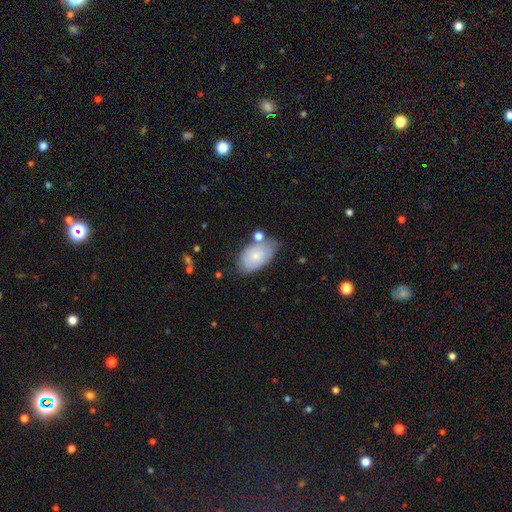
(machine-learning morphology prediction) This is likely a smooth galaxy (65%). How rounded: clearly in between (91%). Merging: possibly none (56%).